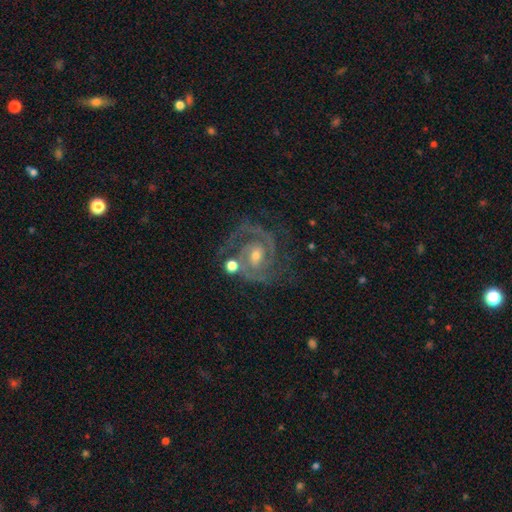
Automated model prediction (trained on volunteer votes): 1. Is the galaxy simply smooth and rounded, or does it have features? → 91% featured or disk, 5% star or artifact, 3% smooth.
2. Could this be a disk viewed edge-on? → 98% no, 2% yes.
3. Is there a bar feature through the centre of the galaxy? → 44% no, 43% weak, 14% strong.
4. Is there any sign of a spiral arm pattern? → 98% yes, 2% no.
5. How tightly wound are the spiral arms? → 55% tight, 40% medium, 6% loose.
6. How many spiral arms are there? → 78% 2, 10% 3, 5% can't tell, 2% 1, 2% 4, 2% more than 4.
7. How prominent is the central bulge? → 49% small, 47% moderate, 2% large, 2% none, 1% dominant.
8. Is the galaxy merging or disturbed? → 67% none, 17% minor disturbance, 9% major disturbance, 7% merger.